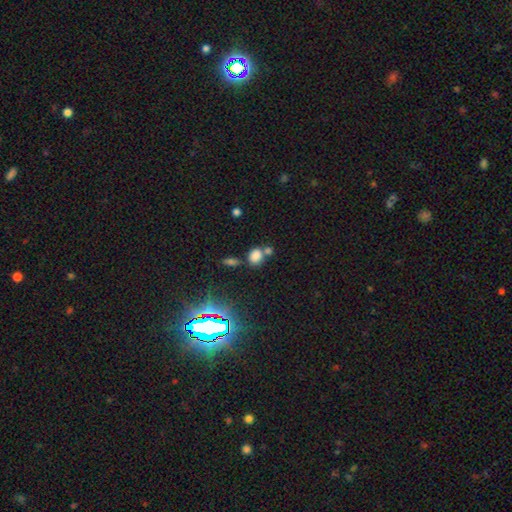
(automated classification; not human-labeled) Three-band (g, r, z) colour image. It shows a smooth galaxy with no disk features (75%) that is in between round and cigar-shaped (52%). Merging: none (49%).